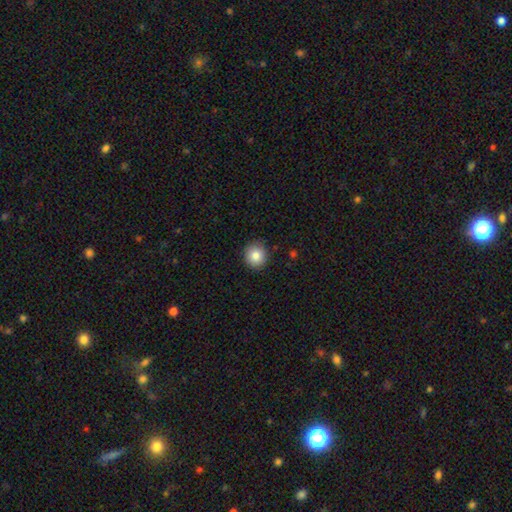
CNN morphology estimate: smooth-or-featured: smooth: 84% | star or artifact: 10% | featured or disk: 6%
  how-rounded: round: 92% | in between: 7% | cigar-shaped: 1%
  merging: none: 90% | minor disturbance: 7% | major disturbance: 2% | merger: 1%